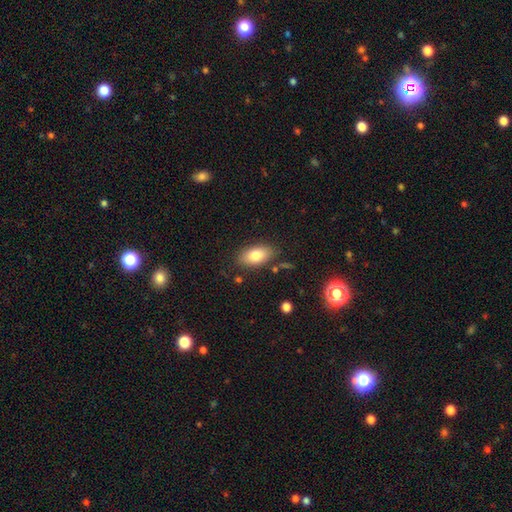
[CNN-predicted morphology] type=smooth (80%); roundness=in between (91%); merging=none (82%).